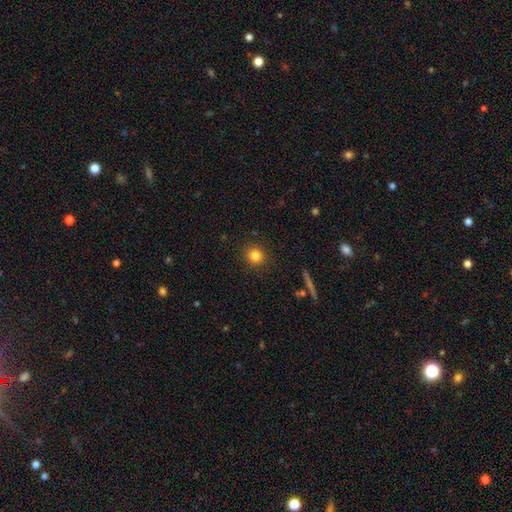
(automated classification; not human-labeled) smooth_or_featured: smooth (p=0.82) [alt: star or artifact p=0.12]
how_rounded: round (p=0.91) [alt: in between p=0.08]
merging: none (p=0.90) [alt: minor disturbance p=0.07]